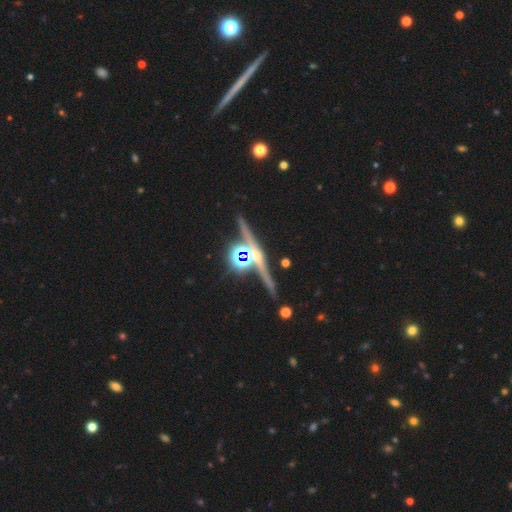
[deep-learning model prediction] smooth-or-featured: featured or disk: 49% | star or artifact: 36% | smooth: 15%
  merging: none: 80% | minor disturbance: 9% | merger: 7% | major disturbance: 3%